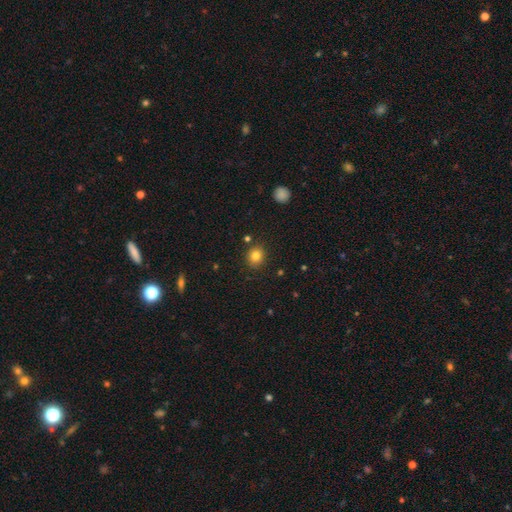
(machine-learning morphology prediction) Smooth or featured? Predicted: smooth (p=0.81). How rounded? Predicted: round (p=0.78). Merging? Predicted: none (p=0.86).